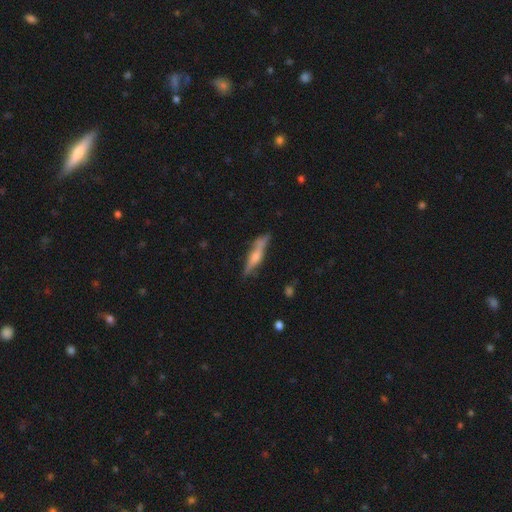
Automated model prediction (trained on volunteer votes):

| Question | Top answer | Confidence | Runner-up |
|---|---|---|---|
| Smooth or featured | featured or disk | 52% | smooth (41%) |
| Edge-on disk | yes | 92% | no (8%) |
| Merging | none | 70% | minor disturbance (20%) |